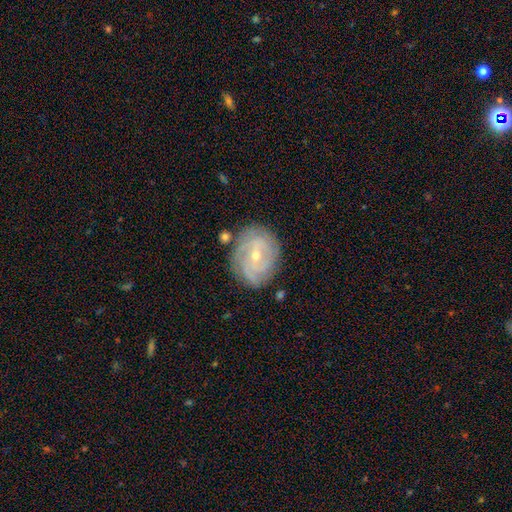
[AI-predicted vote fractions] A featured or disk galaxy (81%) with no bar (50%), tight (69%) spiral arms (94%) and a small central bulge (60%).

Vote fractions:
- Smooth or featured? featured or disk: 81% / smooth: 12% / star or artifact: 7%
- Edge-on disk? no: 97% / yes: 3%
- Bar? no: 50% / weak: 41% / strong: 9%
- Spiral arms? yes: 94% / no: 6%
- Spiral winding? tight: 69% / medium: 25% / loose: 6%
- Spiral arm count? can't tell: 31% / 3: 24% / 2: 17% / 4: 17% / more than 4: 6% / 1: 5%
- Bulge size? small: 60% / moderate: 38% / large: 1% / none: 1% / dominant: 1%
- Merging? none: 77% / minor disturbance: 16% / major disturbance: 5% / merger: 3%